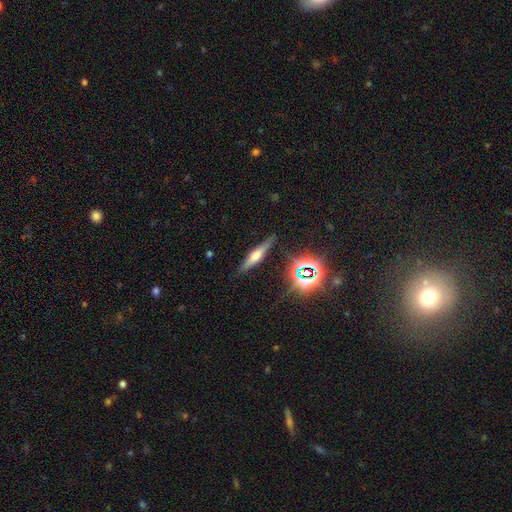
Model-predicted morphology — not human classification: Smooth or featured? featured or disk (47%)
Merging? none (84%)